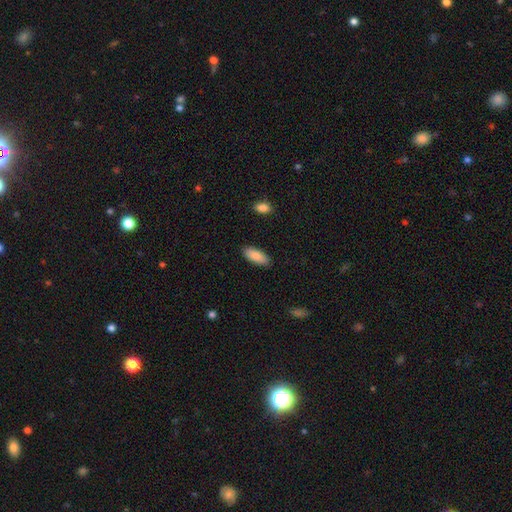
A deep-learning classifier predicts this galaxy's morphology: smooth_or_featured: smooth (p=0.89) [alt: star or artifact p=0.06]
how_rounded: in between (p=0.83) [alt: cigar-shaped p=0.15]
merging: none (p=0.88) [alt: minor disturbance p=0.09]